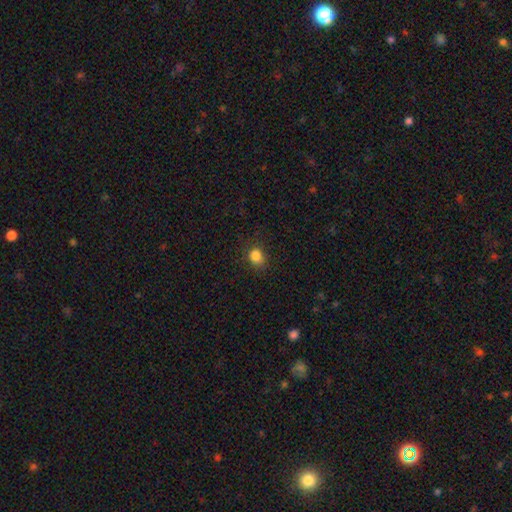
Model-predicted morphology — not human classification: Smooth or featured?
  - smooth: 84% *
  - star or artifact: 12%
  - featured or disk: 4%
How rounded?
  - round: 69% *
  - in between: 31%
  - cigar-shaped: 1%
Merging?
  - none: 83% *
  - minor disturbance: 12%
  - major disturbance: 4%
  - merger: 1%